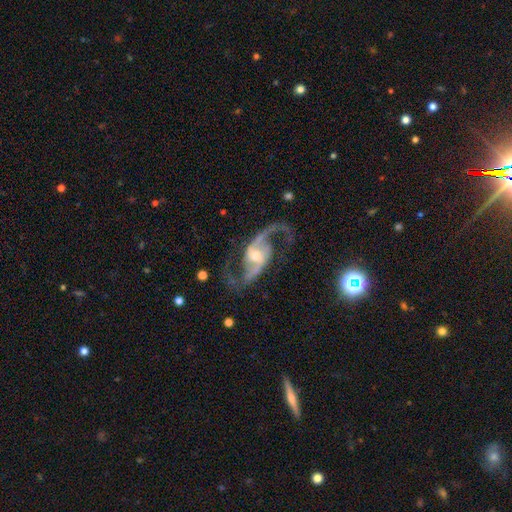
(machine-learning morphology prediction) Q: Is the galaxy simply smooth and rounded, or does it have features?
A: featured or disk — 92%.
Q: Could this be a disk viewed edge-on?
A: no — 97%.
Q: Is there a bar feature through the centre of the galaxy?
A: no — 41%.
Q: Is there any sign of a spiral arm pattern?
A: yes — 98%.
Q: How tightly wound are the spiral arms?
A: loose — 54%.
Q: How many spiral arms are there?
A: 2 — 94%.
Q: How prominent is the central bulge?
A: moderate — 51%.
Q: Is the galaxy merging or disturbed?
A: none — 76%.